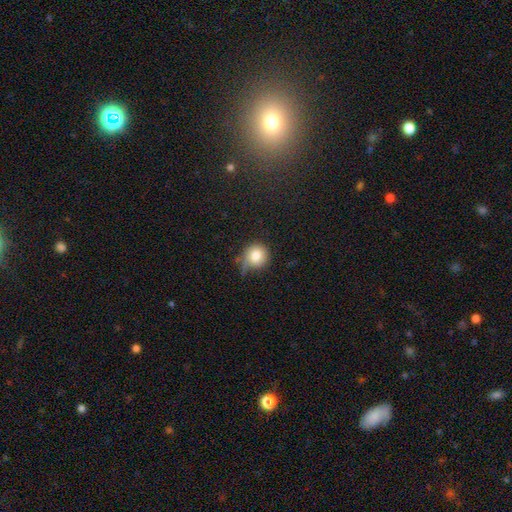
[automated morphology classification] A smooth galaxy with no disk features (81%) that is round (90%). Merging: none (58%).